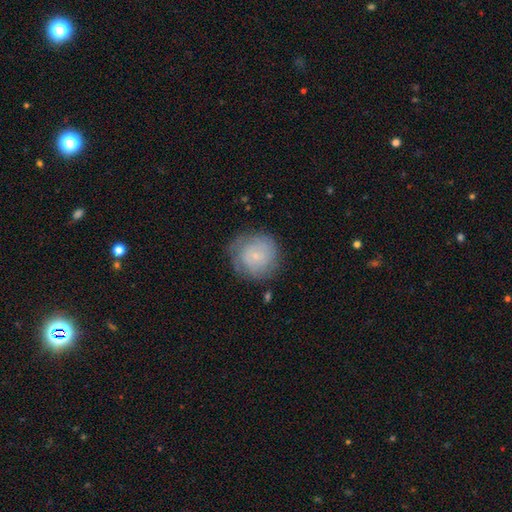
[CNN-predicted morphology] A smooth galaxy with no disk features (49%). Merging: none (75%).